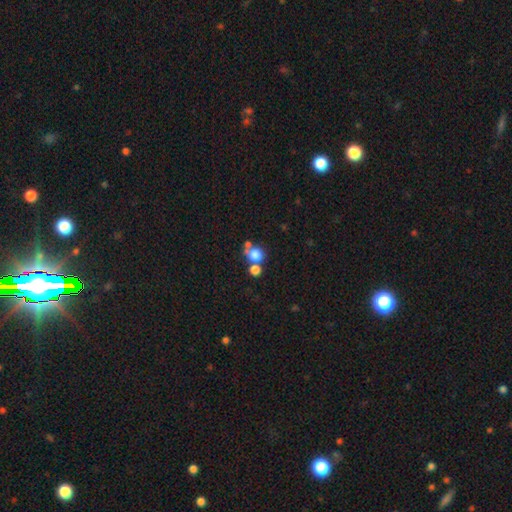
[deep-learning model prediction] A smooth galaxy with no disk features (78%) that is round (82%). Merging: none (49%).